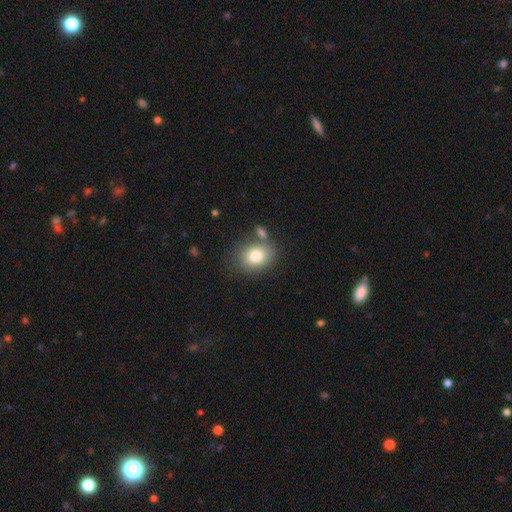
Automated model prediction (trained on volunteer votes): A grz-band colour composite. It shows a smooth galaxy with no disk features (79%) that is round (51%). Merging: none (68%).